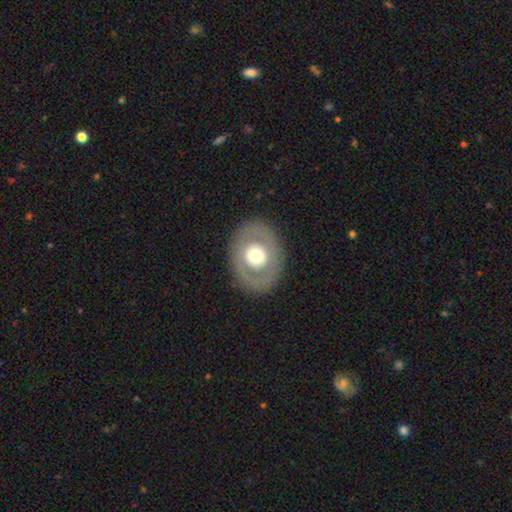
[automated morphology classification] A featured or disk galaxy (50%).

Vote fractions:
- Smooth or featured? featured or disk: 50% / smooth: 44% / star or artifact: 6%
- Merging? none: 86% / minor disturbance: 9% / major disturbance: 5% / merger: 1%